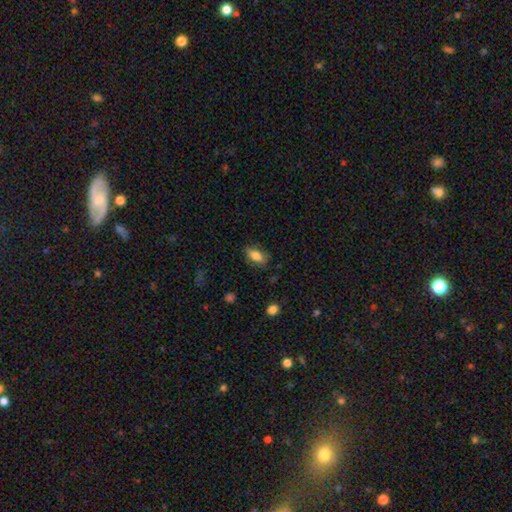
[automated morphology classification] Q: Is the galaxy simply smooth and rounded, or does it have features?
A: smooth — 79%.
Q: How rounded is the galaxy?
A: in between — 86%.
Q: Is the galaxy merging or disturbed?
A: none — 80%.